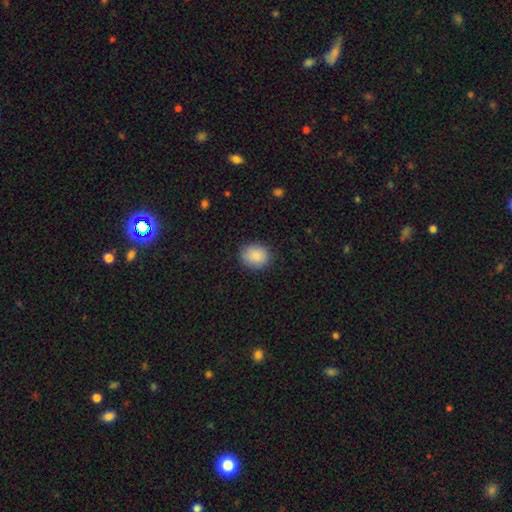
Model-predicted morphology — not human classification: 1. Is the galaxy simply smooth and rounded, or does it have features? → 88% smooth, 8% star or artifact, 5% featured or disk.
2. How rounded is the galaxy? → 69% round, 31% in between, 1% cigar-shaped.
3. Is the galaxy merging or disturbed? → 85% none, 11% minor disturbance, 3% major disturbance, 1% merger.